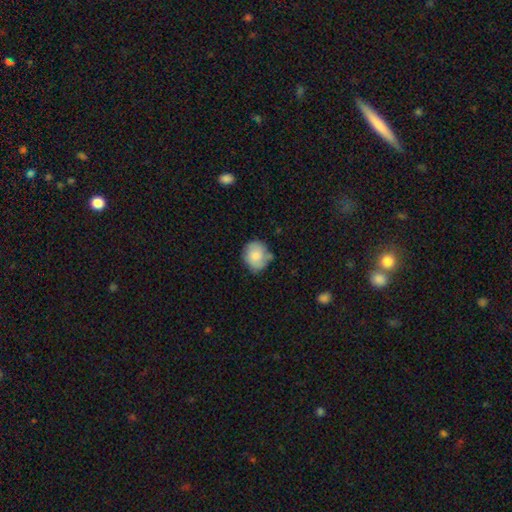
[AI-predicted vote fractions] smooth_or_featured: smooth (p=0.73) [alt: featured or disk p=0.20]
how_rounded: round (p=0.72) [alt: in between p=0.27]
merging: none (p=0.60) [alt: minor disturbance p=0.29]